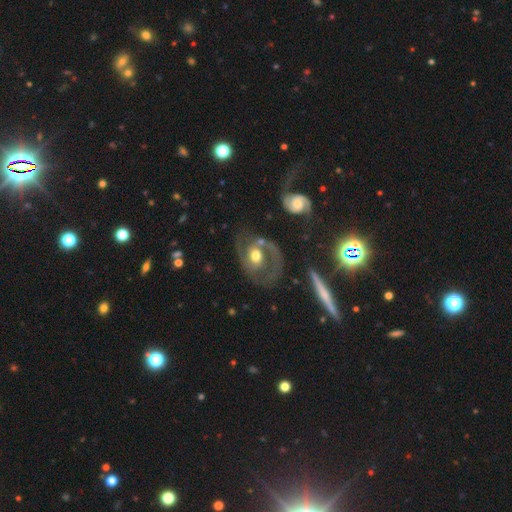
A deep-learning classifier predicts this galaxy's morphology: Q: Smooth or featured?
A: featured or disk (78%); runner-up: smooth (16%)
Q: Edge-on disk?
A: no (96%); runner-up: yes (4%)
Q: Bar?
A: no (61%); runner-up: weak (28%)
Q: Spiral arms?
A: yes (83%); runner-up: no (17%)
Q: Spiral winding?
A: medium (50%); runner-up: tight (29%)
Q: Spiral arm count?
A: 2 (76%); runner-up: 1 (11%)
Q: Bulge size?
A: moderate (70%); runner-up: large (15%)
Q: Merging?
A: none (55%); runner-up: major disturbance (20%)